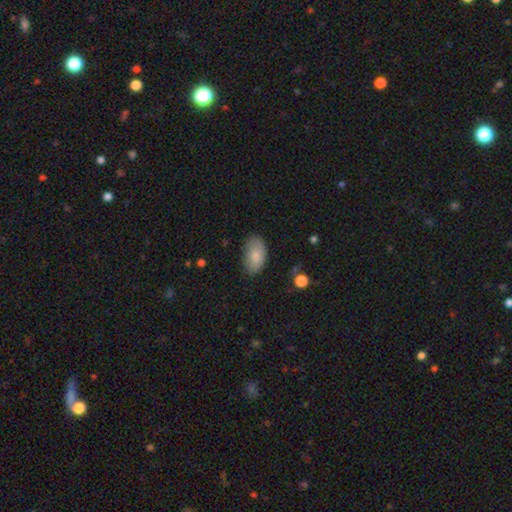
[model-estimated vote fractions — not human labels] A smooth galaxy with no disk features (83%) that is in between round and cigar-shaped (94%).

Vote fractions:
- Smooth or featured? smooth: 83% / featured or disk: 10% / star or artifact: 7%
- How rounded? in between: 94% / round: 5% / cigar-shaped: 2%
- Merging? none: 76% / minor disturbance: 19% / major disturbance: 4% / merger: 1%